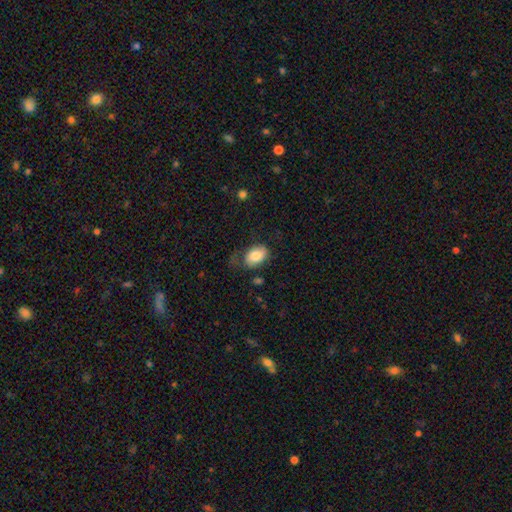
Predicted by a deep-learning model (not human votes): smooth 81%, featured or disk 12%, star or artifact 7%. Down the decision tree: how rounded — in between (87%); merging — none (50%).